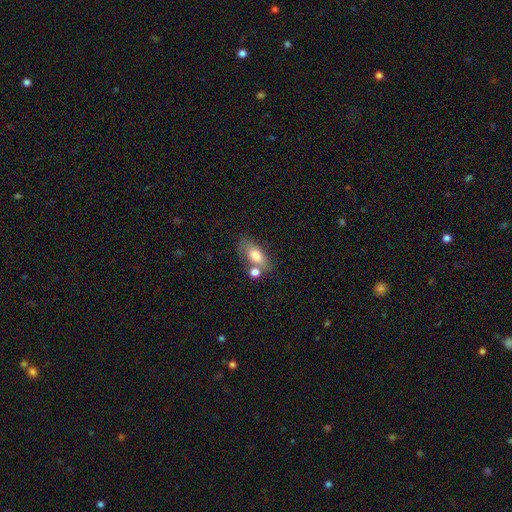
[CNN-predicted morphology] Q: Smooth or featured?
A: smooth (74%); runner-up: featured or disk (18%)
Q: How rounded?
A: in between (83%); runner-up: round (9%)
Q: Merging?
A: none (51%); runner-up: merger (25%)